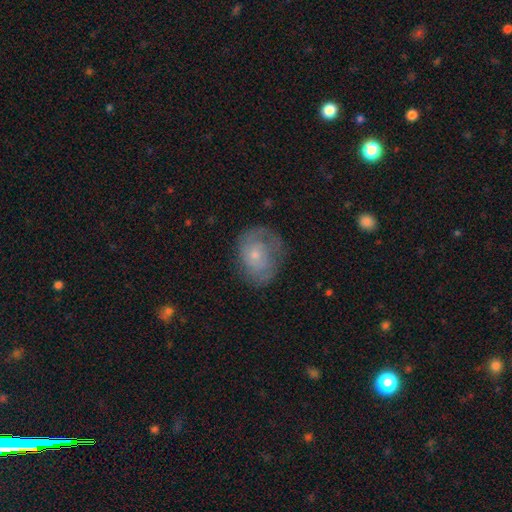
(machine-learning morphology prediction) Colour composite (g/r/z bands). It shows a featured or disk galaxy (55%) with no bar (79%), spiral arms (74%) and a small central bulge (66%). Merging: none (62%).